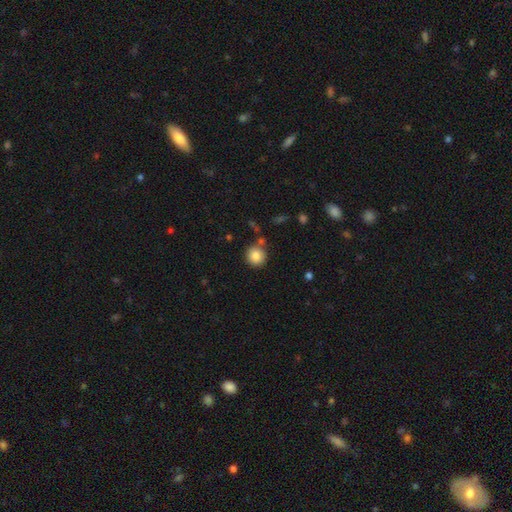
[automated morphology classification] A smooth galaxy with no disk features (84%) that is round (93%). Merging: none (80%).